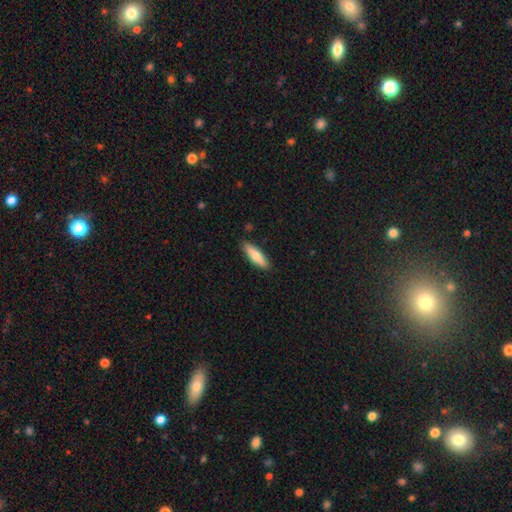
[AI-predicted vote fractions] This is likely a smooth galaxy (76%). How rounded: likely cigar-shaped (63%). Merging: clearly none (87%).